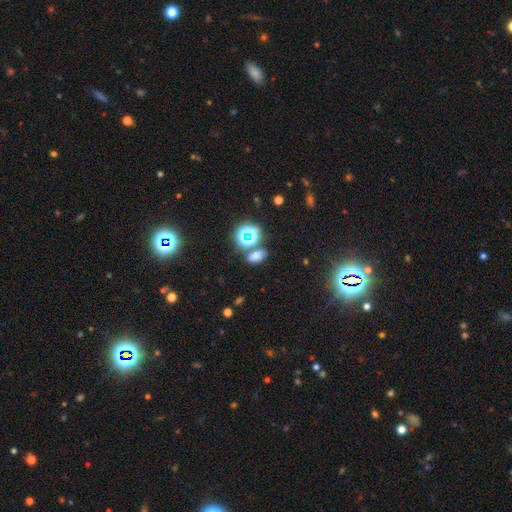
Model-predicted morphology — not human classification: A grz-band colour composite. It shows a smooth galaxy with no disk features (59%) that is in between round and cigar-shaped (78%). Merging: none (65%).